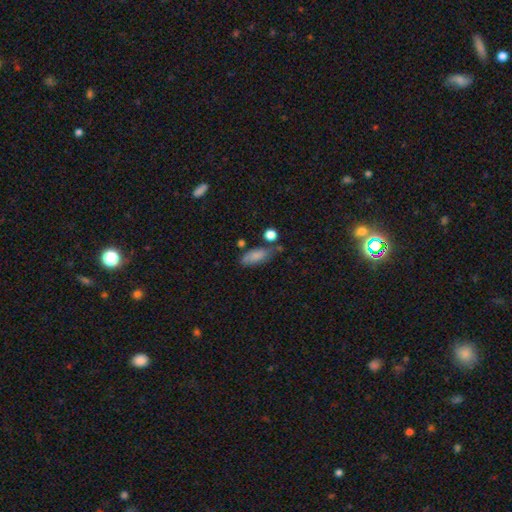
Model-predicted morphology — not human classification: Smooth or featured? smooth (81%)
How rounded? in between (78%)
Merging? none (57%)